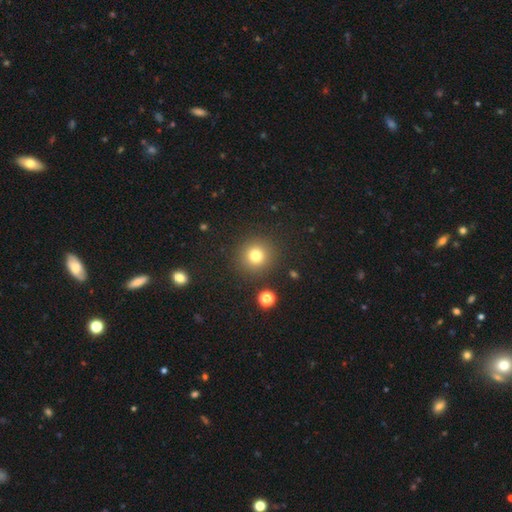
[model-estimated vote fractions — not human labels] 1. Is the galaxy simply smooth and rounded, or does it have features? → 78% smooth, 15% star or artifact, 8% featured or disk.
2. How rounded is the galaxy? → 93% round, 6% in between, 1% cigar-shaped.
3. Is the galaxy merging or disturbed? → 89% none, 6% minor disturbance, 3% major disturbance, 2% merger.